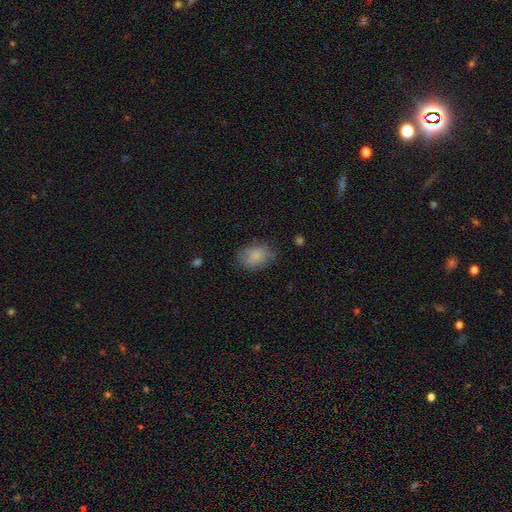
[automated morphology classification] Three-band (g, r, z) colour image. It shows a smooth galaxy with no disk features (80%) that is in between round and cigar-shaped (79%). Merging: none (70%).